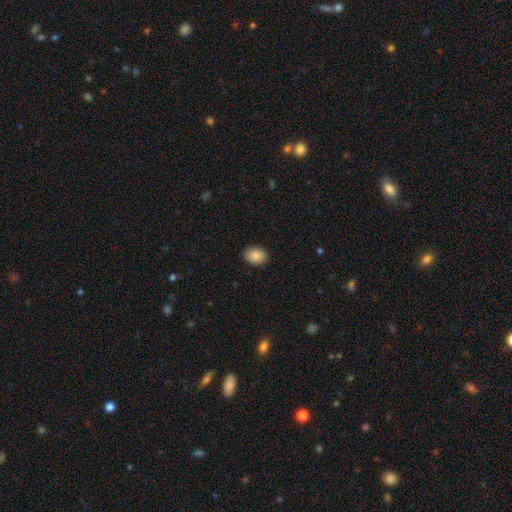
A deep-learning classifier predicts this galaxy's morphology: Q: Smooth or featured?
A: smooth (89%); runner-up: star or artifact (7%)
Q: How rounded?
A: in between (70%); runner-up: round (29%)
Q: Merging?
A: none (90%); runner-up: minor disturbance (7%)